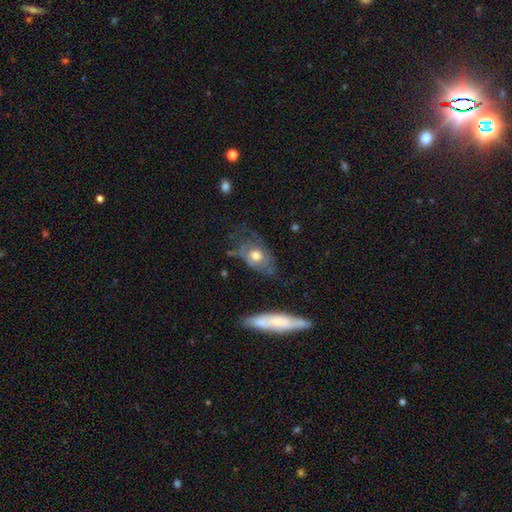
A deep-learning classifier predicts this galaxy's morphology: Q: Smooth or featured?
A: featured or disk (55%); runner-up: smooth (38%)
Q: Edge-on disk?
A: no (91%); runner-up: yes (9%)
Q: Bar?
A: no (83%); runner-up: weak (14%)
Q: Spiral arms?
A: yes (59%); runner-up: no (41%)
Q: Bulge size?
A: moderate (64%); runner-up: large (26%)
Q: Merging?
A: none (43%); runner-up: minor disturbance (27%)